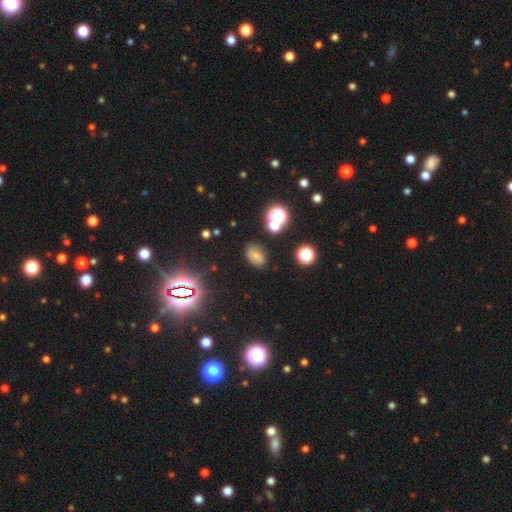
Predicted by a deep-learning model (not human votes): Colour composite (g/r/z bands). It shows a smooth galaxy with no disk features (63%) that is in between round and cigar-shaped (82%). Merging: none (81%).